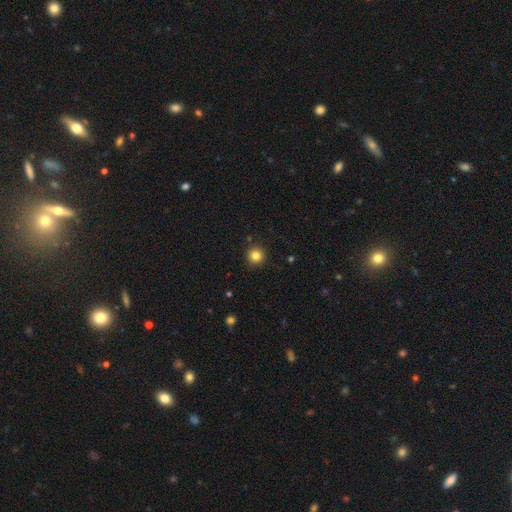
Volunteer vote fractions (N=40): Smooth or featured? smooth (78%)
How rounded? round (97%)
Merging? none (91%)